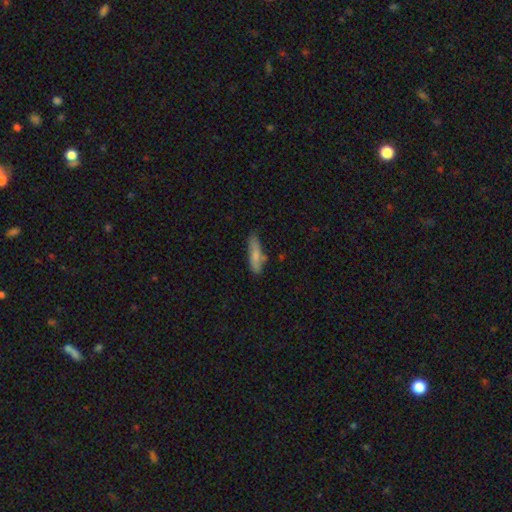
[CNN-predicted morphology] type=smooth (77%); roundness=cigar-shaped (68%); merging=none (69%).